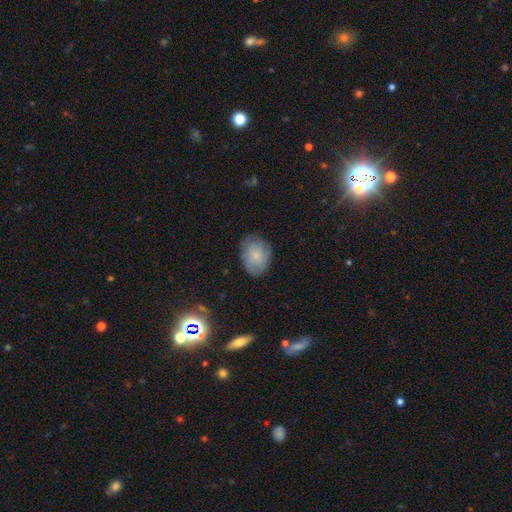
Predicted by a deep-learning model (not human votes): smooth_or_featured: smooth (p=0.75) [alt: featured or disk p=0.17]
how_rounded: in between (p=0.69) [alt: round p=0.30]
merging: none (p=0.76) [alt: minor disturbance p=0.19]